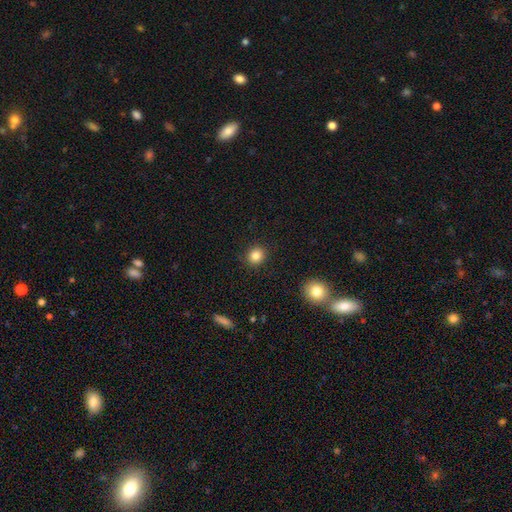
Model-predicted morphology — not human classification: smooth 85%, star or artifact 11%, featured or disk 5%. Down the decision tree: how rounded — round (88%); merging — none (91%).